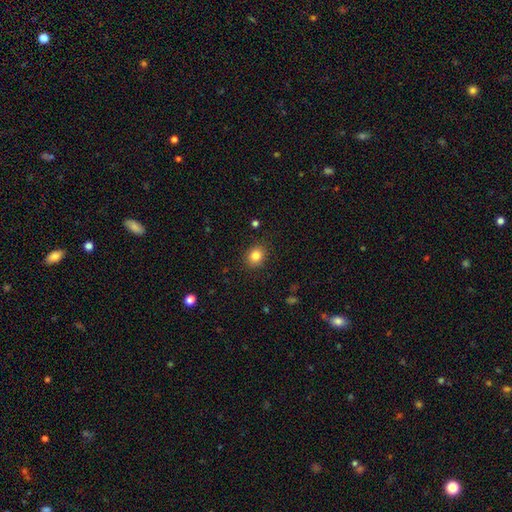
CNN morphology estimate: Smooth or featured? Predicted: smooth (p=0.84). How rounded? Predicted: round (p=0.69). Merging? Predicted: none (p=0.88).